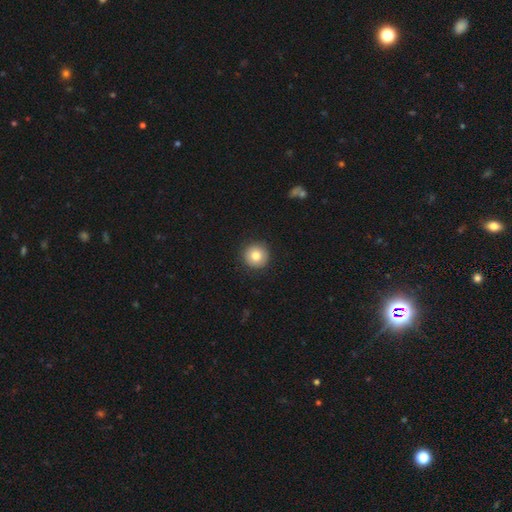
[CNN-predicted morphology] smooth 82%, featured or disk 9%, star or artifact 9%. Down the decision tree: how rounded — round (96%); merging — none (91%).